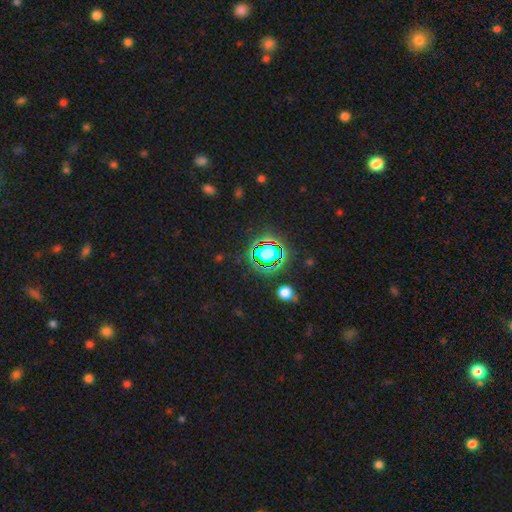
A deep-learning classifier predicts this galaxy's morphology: Q: Smooth or featured?
A: star or artifact (72%); runner-up: smooth (19%)